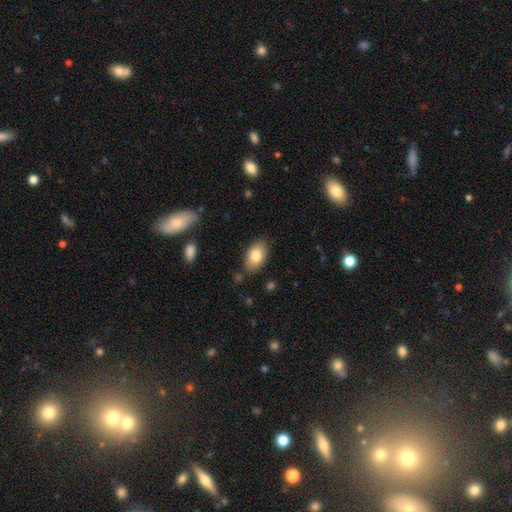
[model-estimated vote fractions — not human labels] Smooth or featured? Predicted: smooth (p=0.81). How rounded? Predicted: in between (p=0.92). Merging? Predicted: none (p=0.82).